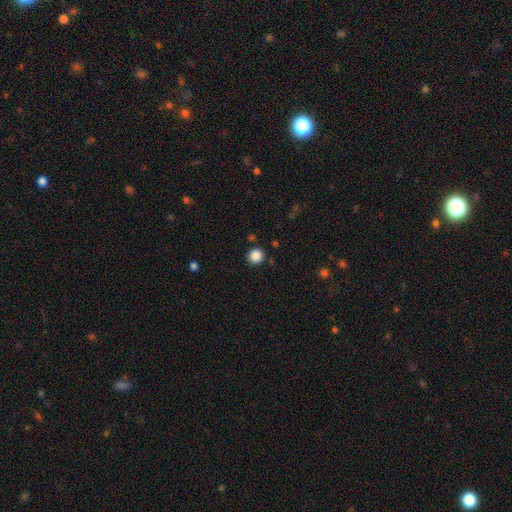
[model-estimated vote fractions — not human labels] Q: Smooth or featured?
A: smooth (87%); runner-up: star or artifact (10%)
Q: How rounded?
A: round (93%); runner-up: in between (6%)
Q: Merging?
A: none (90%); runner-up: minor disturbance (6%)